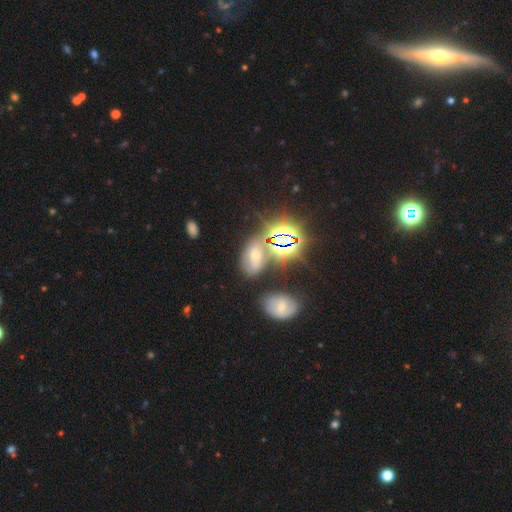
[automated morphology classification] Smooth or featured?
  - star or artifact: 40% *
  - smooth: 33%
  - featured or disk: 27%